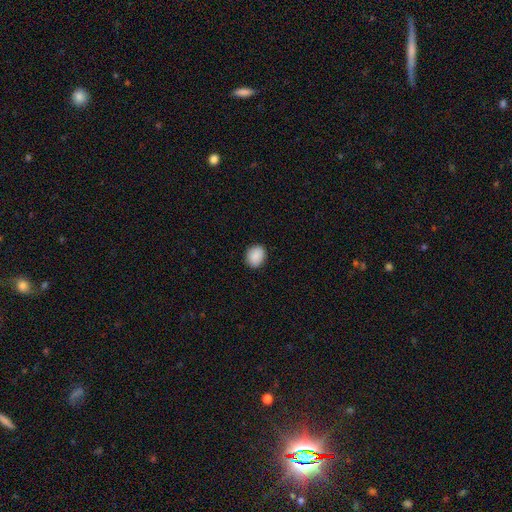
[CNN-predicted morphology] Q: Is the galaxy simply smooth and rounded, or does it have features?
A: smooth — 89%.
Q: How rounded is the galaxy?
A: in between — 52%.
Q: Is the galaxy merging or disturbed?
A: none — 88%.